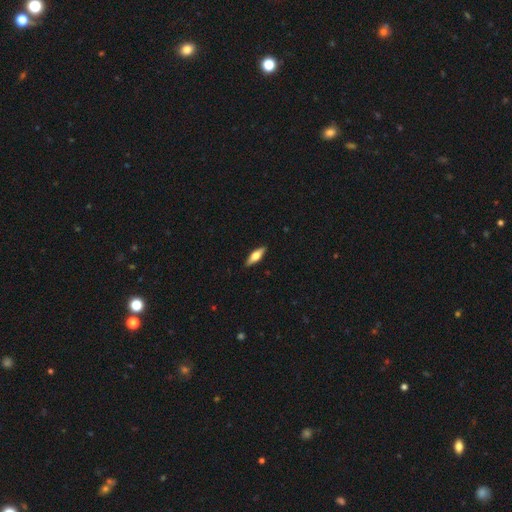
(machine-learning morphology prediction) A smooth galaxy with no disk features (53%) that is cigar-shaped (49%).

Vote fractions:
- Smooth or featured? smooth: 53% / featured or disk: 42% / star or artifact: 6%
- How rounded? cigar-shaped: 49% / in between: 48% / round: 3%
- Merging? none: 90% / minor disturbance: 8% / major disturbance: 2% / merger: 1%